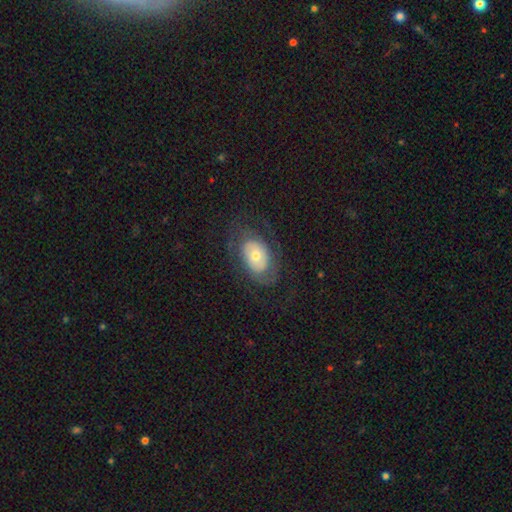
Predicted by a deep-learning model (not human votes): Smooth or featured? featured or disk (57%)
Edge-on disk? no (94%)
Bar? no (82%)
Spiral arms? yes (63%)
Bulge size? moderate (54%)
Merging? none (66%)